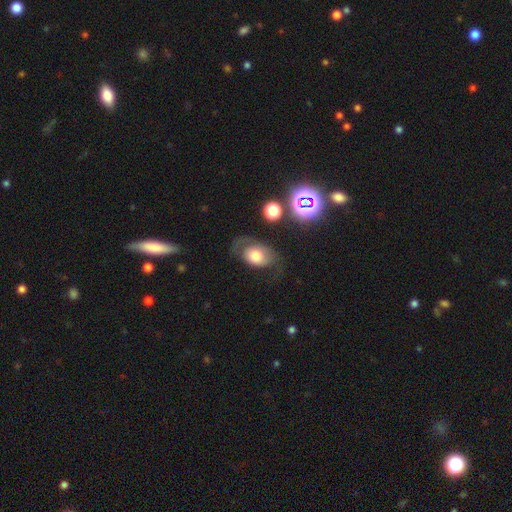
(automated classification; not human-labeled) smooth-or-featured: smooth: 53% | featured or disk: 36% | star or artifact: 10%
  how-rounded: in between: 75% | round: 24% | cigar-shaped: 1%
  merging: none: 46% | major disturbance: 26% | minor disturbance: 25% | merger: 3%